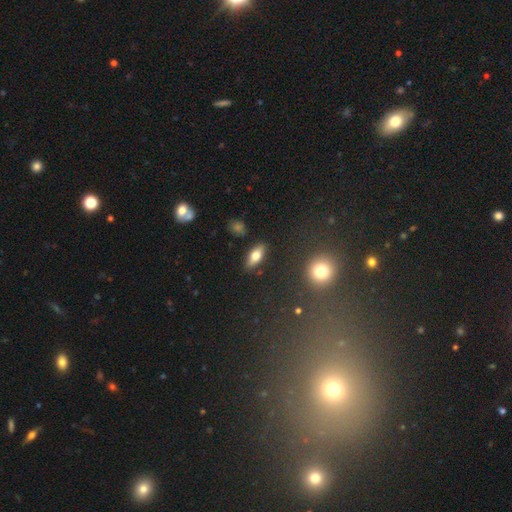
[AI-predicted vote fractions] This is likely a smooth galaxy (68%). How rounded: likely in between (73%). Merging: clearly none (87%).